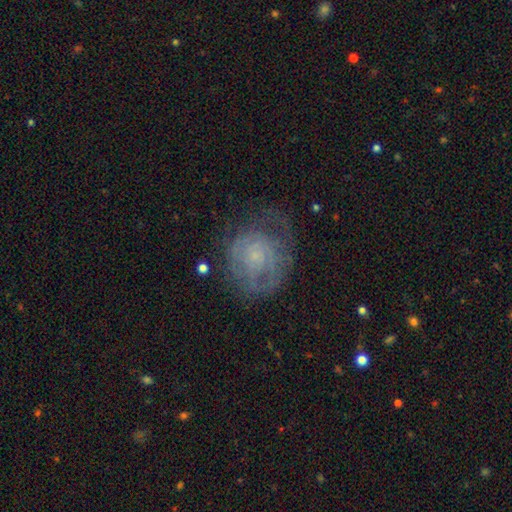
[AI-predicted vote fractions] This appears to be a featured or disk galaxy (56%) with no bar (83%), spiral arms (62%) and a small central bulge (67%). Merging: none (52%).